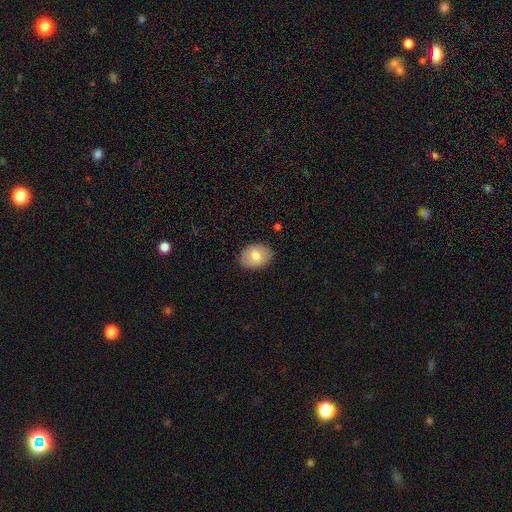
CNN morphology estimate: This appears to be a smooth galaxy with no disk features (77%) that is in between round and cigar-shaped (73%). Merging: none (87%).